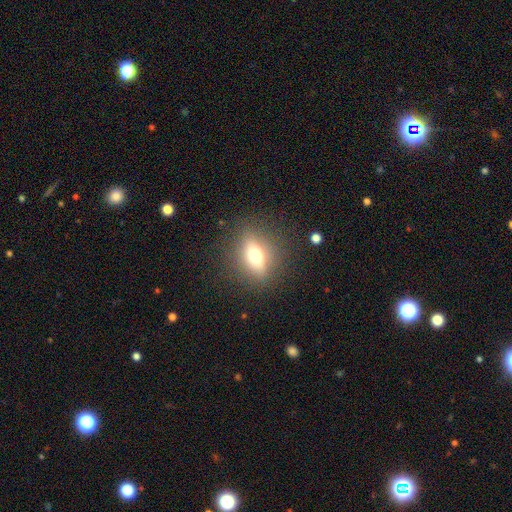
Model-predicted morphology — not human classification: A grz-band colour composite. It shows a smooth galaxy with no disk features (60%) that is in between round and cigar-shaped (57%). Merging: none (82%).